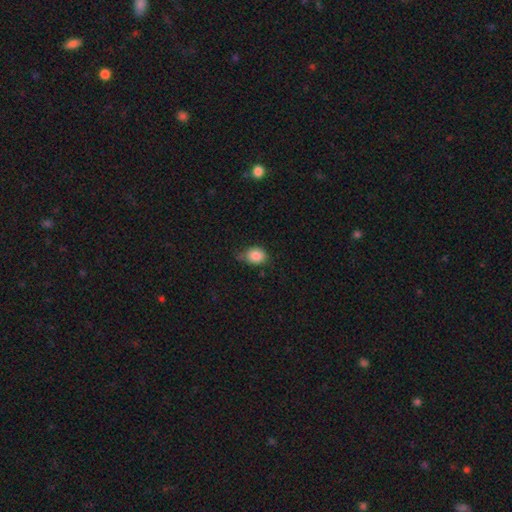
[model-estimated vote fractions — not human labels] Morphology: type=smooth (85%); roundness=in between (51%); merging=none (49%).